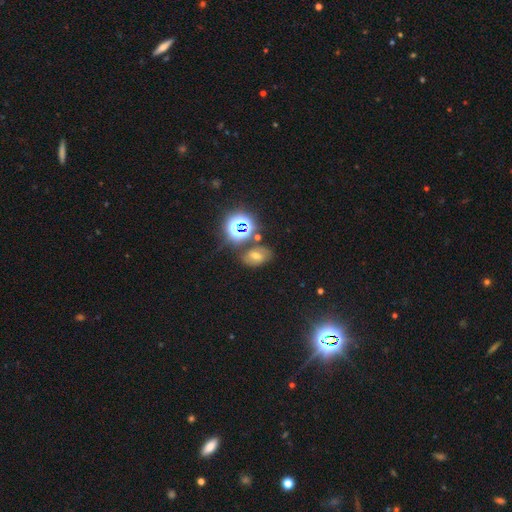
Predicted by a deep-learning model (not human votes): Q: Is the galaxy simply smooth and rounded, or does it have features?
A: star or artifact — 42%.